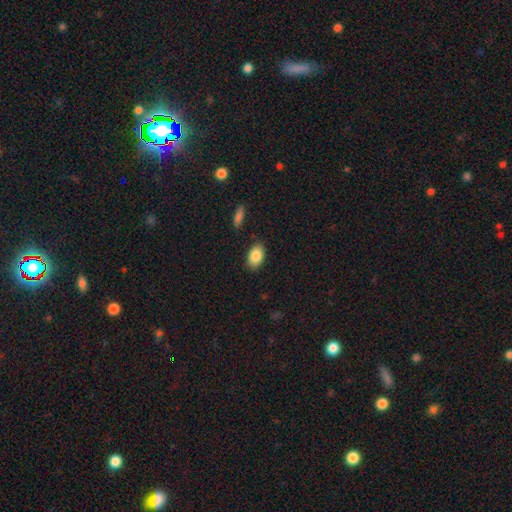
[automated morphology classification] Q: Smooth or featured?
A: smooth (87%); runner-up: star or artifact (7%)
Q: How rounded?
A: in between (91%); runner-up: round (8%)
Q: Merging?
A: none (85%); runner-up: minor disturbance (10%)